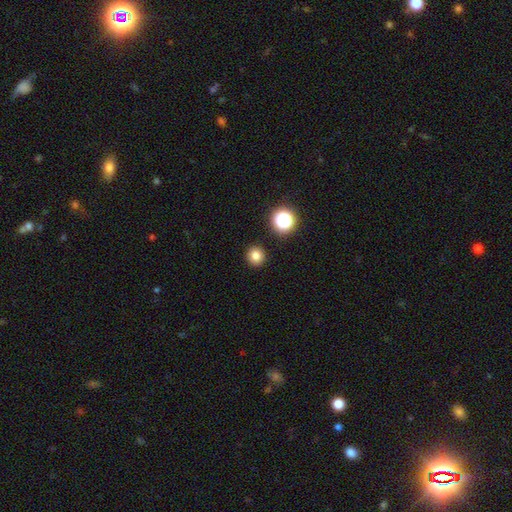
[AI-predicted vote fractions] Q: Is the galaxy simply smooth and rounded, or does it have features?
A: smooth — 80%.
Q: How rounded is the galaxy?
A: round — 94%.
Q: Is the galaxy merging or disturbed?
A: none — 92%.